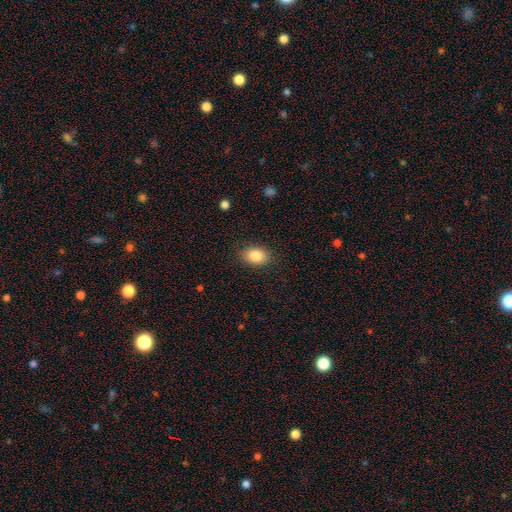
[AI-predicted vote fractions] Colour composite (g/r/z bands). It shows a smooth galaxy with no disk features (85%) that is in between round and cigar-shaped (78%). Merging: none (86%).